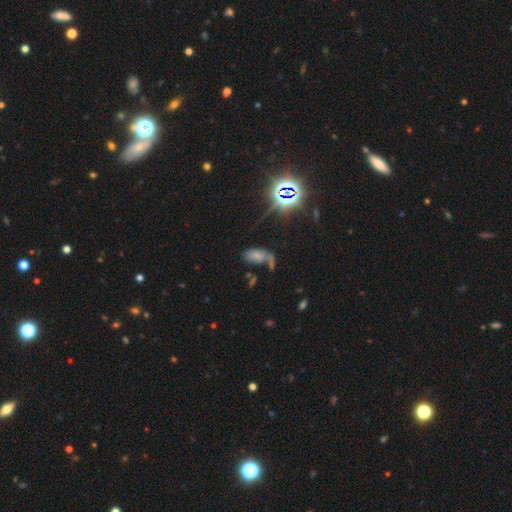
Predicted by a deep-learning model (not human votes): This is marginally a star or artifact rather than a galaxy (38%).